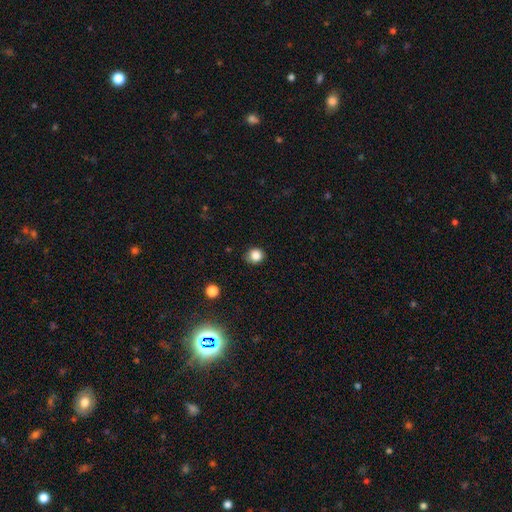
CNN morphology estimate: A smooth galaxy with no disk features (85%) that is round (85%).

Vote fractions:
- Smooth or featured? smooth: 85% / star or artifact: 11% / featured or disk: 4%
- How rounded? round: 85% / in between: 14% / cigar-shaped: 1%
- Merging? none: 78% / minor disturbance: 17% / major disturbance: 3% / merger: 1%